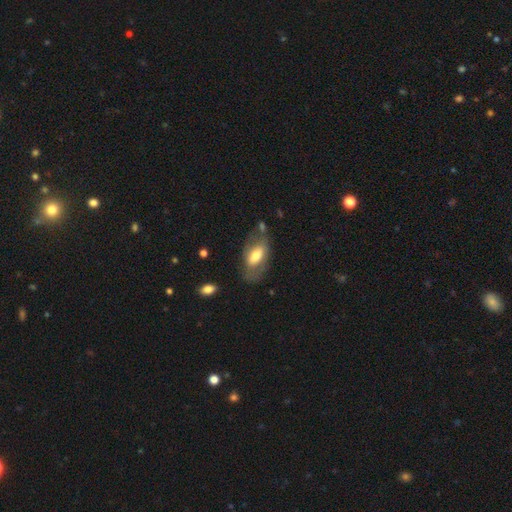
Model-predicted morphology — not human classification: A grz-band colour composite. It shows a smooth galaxy with no disk features (56%) that is in between round and cigar-shaped (89%). Merging: none (63%).